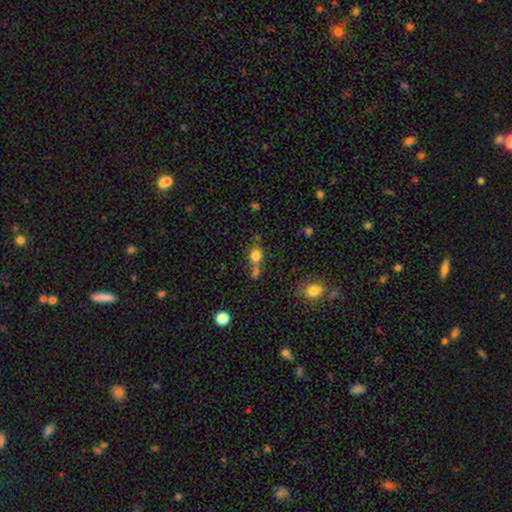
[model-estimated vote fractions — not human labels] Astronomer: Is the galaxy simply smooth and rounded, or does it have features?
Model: smooth — 79%.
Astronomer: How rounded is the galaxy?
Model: round — 63%.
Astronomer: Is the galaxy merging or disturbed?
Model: none — 49% (runner-up: merger, 34%).